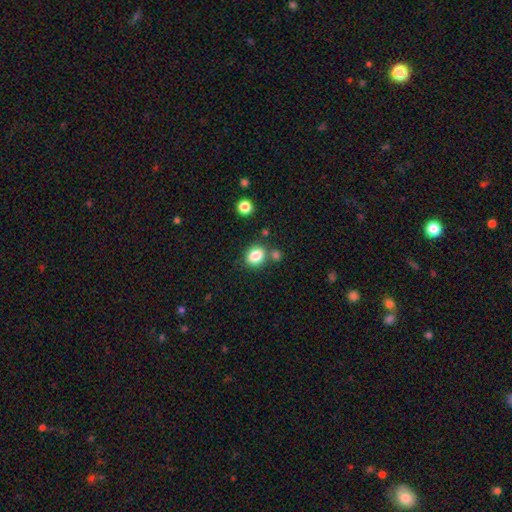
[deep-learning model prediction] smooth_or_featured: smooth (p=0.84) [alt: star or artifact p=0.10]
how_rounded: round (p=0.52) [alt: in between p=0.47]
merging: none (p=0.72) [alt: merger p=0.13]